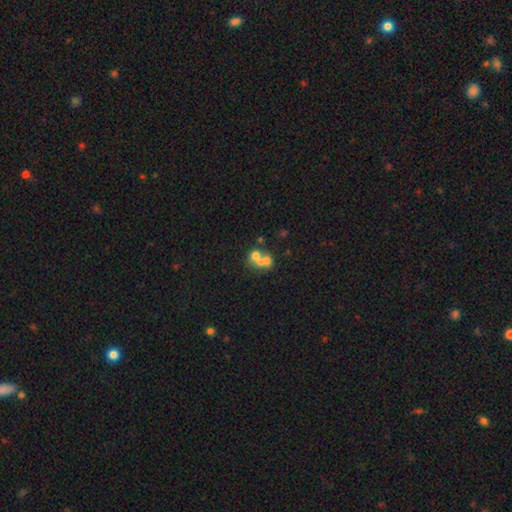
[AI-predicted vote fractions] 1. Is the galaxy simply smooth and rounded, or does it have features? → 55% smooth, 31% featured or disk, 14% star or artifact.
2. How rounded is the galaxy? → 69% round, 30% in between, 1% cigar-shaped.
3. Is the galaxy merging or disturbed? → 63% merger, 26% none, 6% minor disturbance, 5% major disturbance.